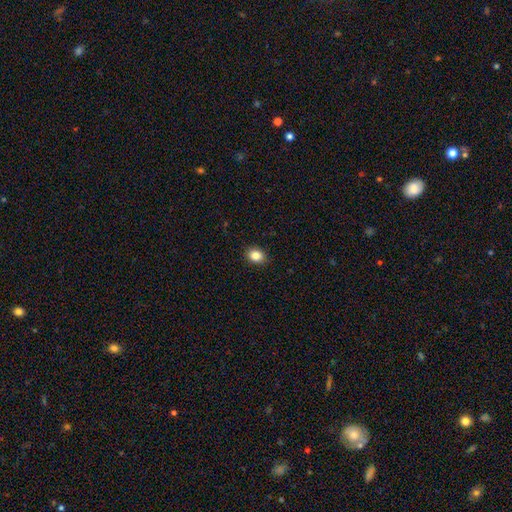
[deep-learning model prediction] This is clearly a smooth galaxy (85%). How rounded: possibly in between (52%). Merging: clearly none (88%).